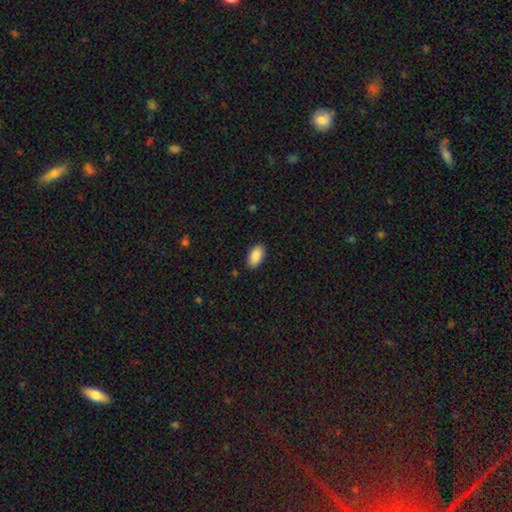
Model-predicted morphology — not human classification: Q: Smooth or featured?
A: smooth (90%); runner-up: star or artifact (6%)
Q: How rounded?
A: in between (95%); runner-up: round (3%)
Q: Merging?
A: none (87%); runner-up: minor disturbance (9%)